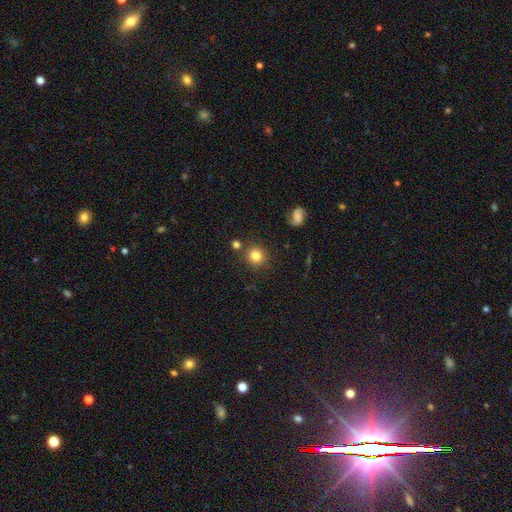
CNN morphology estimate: Q: Smooth or featured?
A: smooth (81%); runner-up: star or artifact (12%)
Q: How rounded?
A: round (88%); runner-up: in between (11%)
Q: Merging?
A: none (82%); runner-up: minor disturbance (9%)